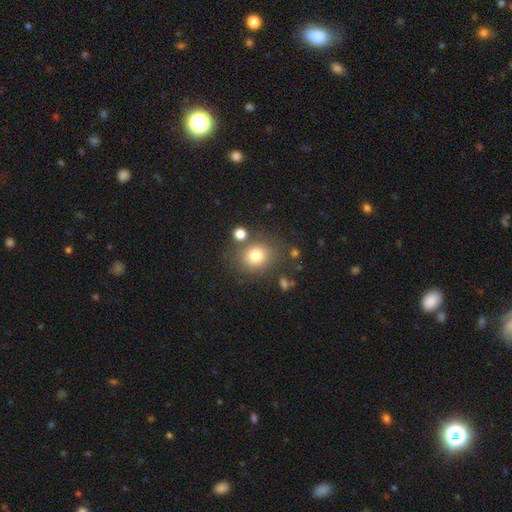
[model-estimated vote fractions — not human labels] Smooth or featured: smooth — 77% (star or artifact — 13%)
How rounded: round — 77% (in between — 22%)
Merging: none — 76% (minor disturbance — 11%)